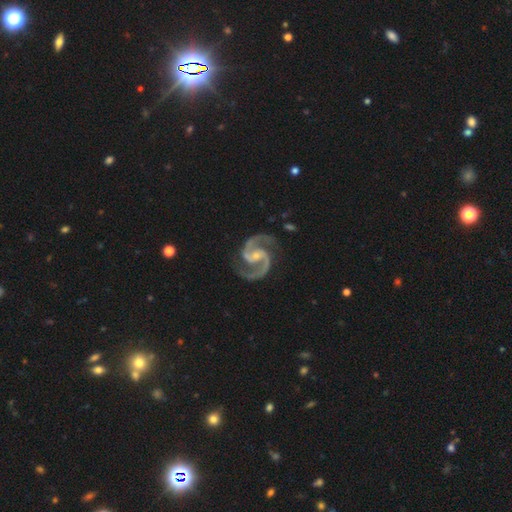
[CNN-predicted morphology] smooth_or_featured: featured or disk (p=0.95) [alt: star or artifact p=0.03]
disk_edge_on: no (p=0.99) [alt: yes p=0.01]
bar: weak (p=0.41) [alt: no p=0.38]
has_spiral_arms: yes (p=0.99) [alt: no p=0.01]
spiral_winding: medium (p=0.72) [alt: tight p=0.17]
spiral_arm_count: 2 (p=0.95) [alt: 3 p=0.01]
bulge_size: small (p=0.69) [alt: moderate p=0.24]
merging: none (p=0.82) [alt: minor disturbance p=0.12]